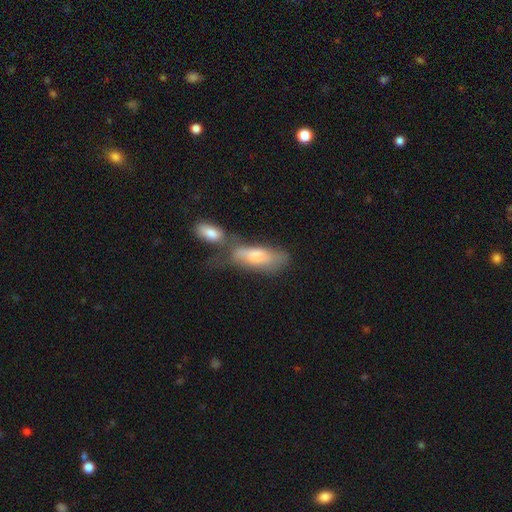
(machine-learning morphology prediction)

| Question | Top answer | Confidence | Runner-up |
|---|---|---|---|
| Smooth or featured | smooth | 69% | featured or disk (24%) |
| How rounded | in between | 67% | cigar-shaped (31%) |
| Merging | merger | 47% | none (26%) |